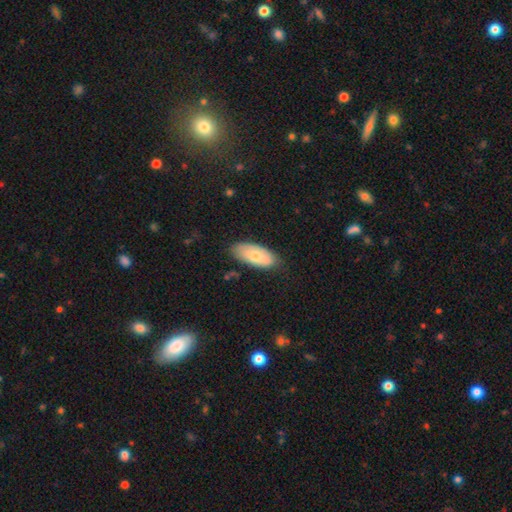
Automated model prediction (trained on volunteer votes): A smooth galaxy with no disk features (68%) that is in between round and cigar-shaped (89%). Merging: none (77%).